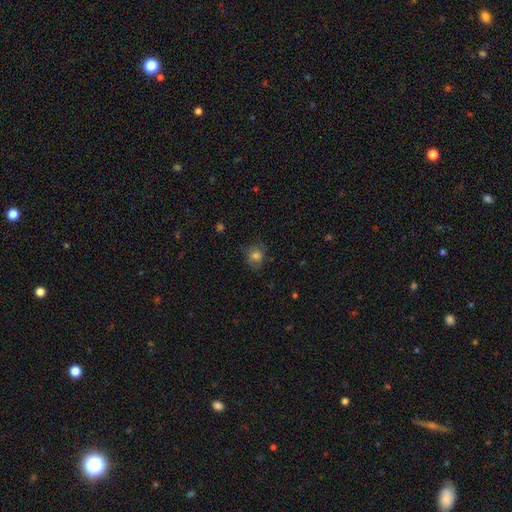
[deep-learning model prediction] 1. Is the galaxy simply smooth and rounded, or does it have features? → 76% smooth, 12% star or artifact, 12% featured or disk.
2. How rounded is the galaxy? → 75% round, 24% in between, 1% cigar-shaped.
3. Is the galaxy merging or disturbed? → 71% none, 21% minor disturbance, 7% major disturbance, 1% merger.